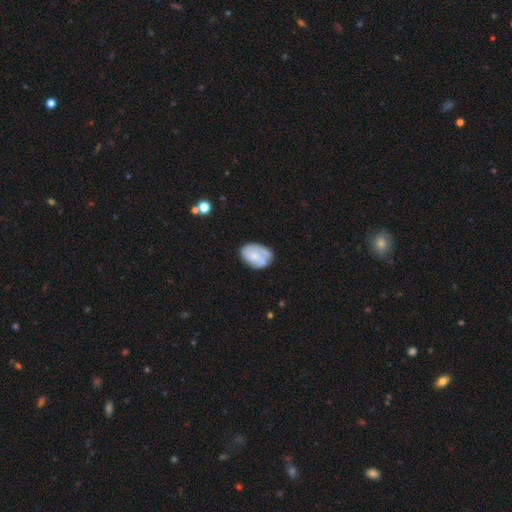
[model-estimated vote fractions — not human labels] Smooth or featured?
  - smooth: 62% *
  - featured or disk: 31%
  - star or artifact: 7%
How rounded?
  - in between: 85% *
  - round: 14%
  - cigar-shaped: 1%
Merging?
  - none: 54% *
  - minor disturbance: 29%
  - major disturbance: 9%
  - merger: 8%